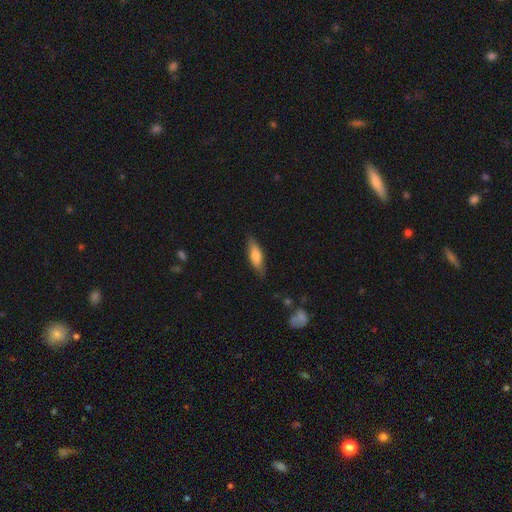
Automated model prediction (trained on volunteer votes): Smooth or featured: smooth — 69% (featured or disk — 25%)
How rounded: in between — 52% (cigar-shaped — 45%)
Merging: none — 79% (minor disturbance — 16%)